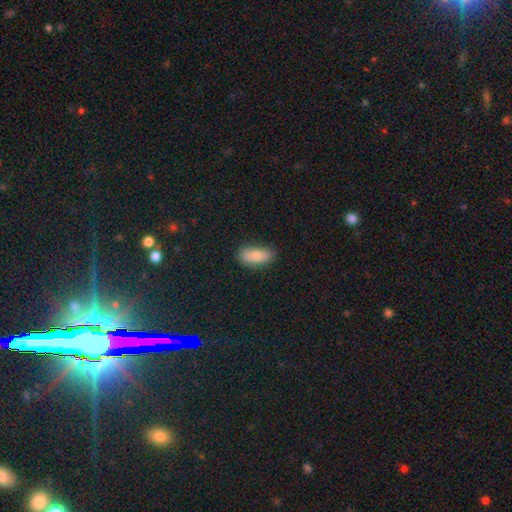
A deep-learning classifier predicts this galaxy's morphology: A smooth galaxy with no disk features (79%) that is in between round and cigar-shaped (87%).

Vote fractions:
- Smooth or featured? smooth: 79% / featured or disk: 13% / star or artifact: 7%
- How rounded? in between: 87% / cigar-shaped: 9% / round: 3%
- Merging? none: 81% / minor disturbance: 15% / major disturbance: 3% / merger: 1%